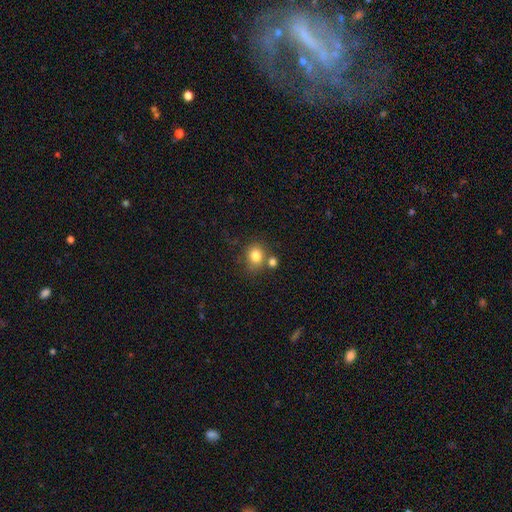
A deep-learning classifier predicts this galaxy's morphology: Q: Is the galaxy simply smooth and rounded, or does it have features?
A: smooth — 81%.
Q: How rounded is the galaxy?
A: round — 72%.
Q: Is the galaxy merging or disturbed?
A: none — 64%.